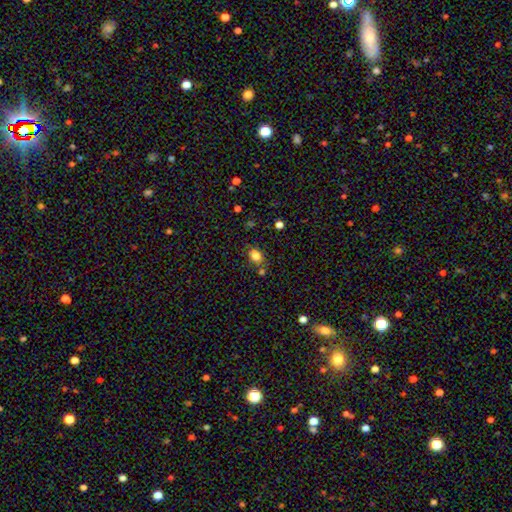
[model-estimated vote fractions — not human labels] This is clearly a smooth galaxy (82%). How rounded: likely in between (63%). Merging: likely none (70%).